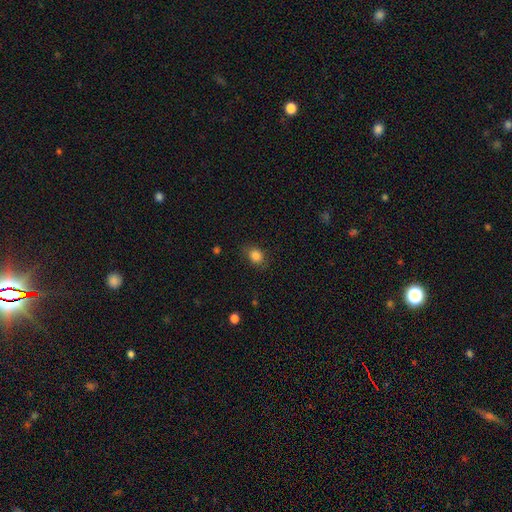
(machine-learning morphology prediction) The model was most divided on "how rounded": in between: 53%, round: 45%, cigar-shaped: 1%. More confident: smooth or featured — smooth (84%); merging — none (78%).